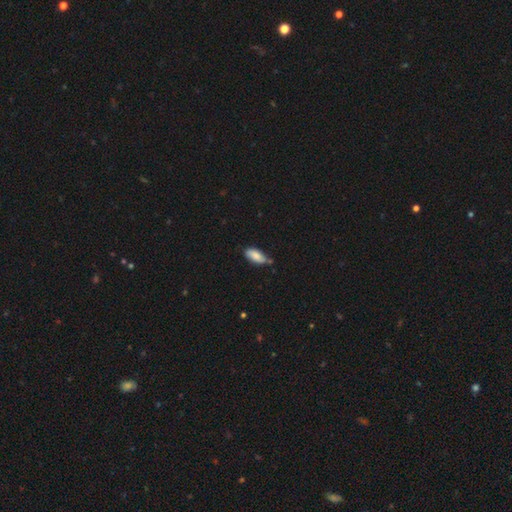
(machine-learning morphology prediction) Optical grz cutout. It shows a smooth galaxy with no disk features (83%) that is in between round and cigar-shaped (87%). Merging: none (60%).